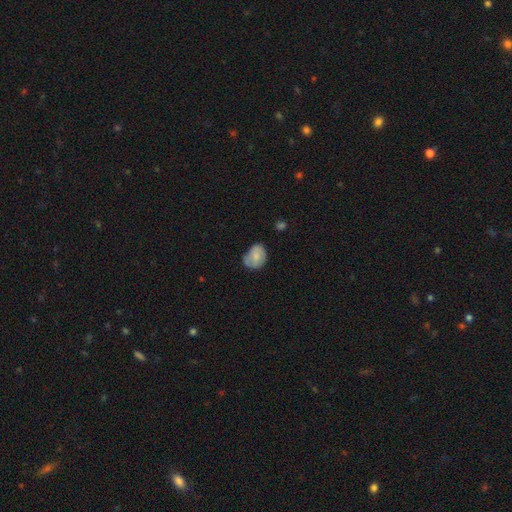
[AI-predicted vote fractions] This is likely a smooth galaxy (65%). How rounded: possibly in between (52%). Merging: possibly none (49%).